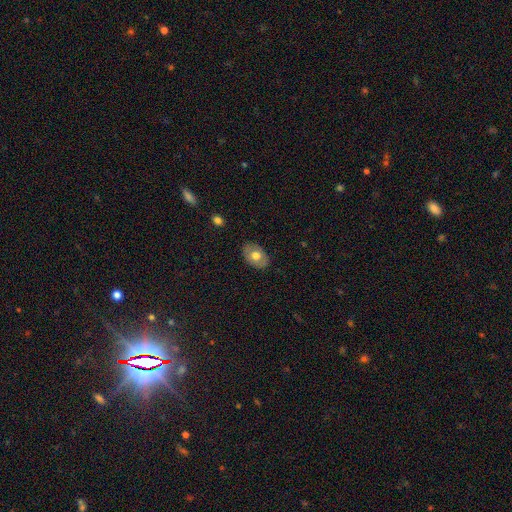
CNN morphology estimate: This is likely a smooth galaxy (65%). How rounded: clearly in between (83%). Merging: clearly none (84%).